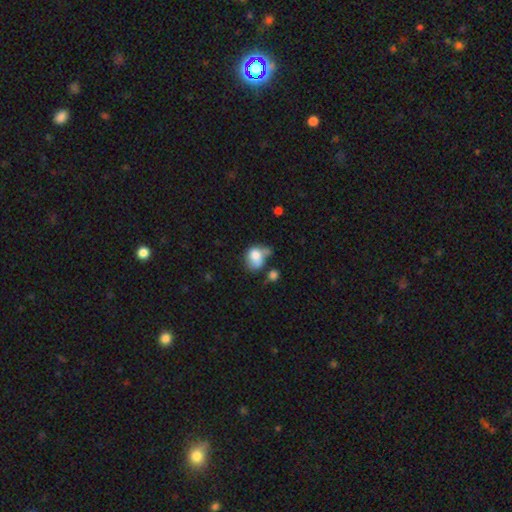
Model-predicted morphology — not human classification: The model was most divided on "merging" (2-way tie): none: 27%, minor disturbance: 27%, merger: 26%, major disturbance: 20%. More confident: smooth or featured — smooth (75%); how rounded — in between (54%).